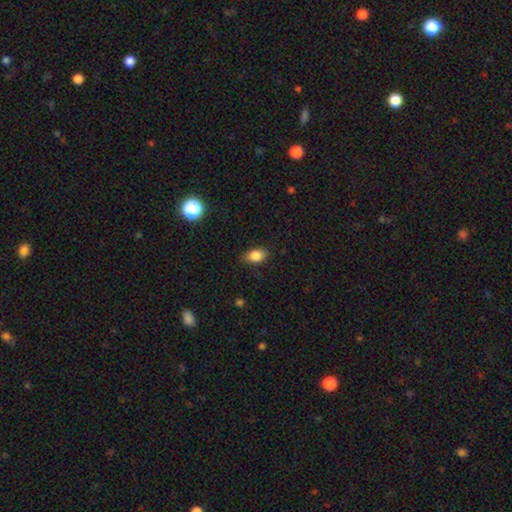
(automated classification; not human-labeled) smooth-or-featured: smooth: 84% | star or artifact: 10% | featured or disk: 6%
  how-rounded: in between: 79% | round: 19% | cigar-shaped: 2%
  merging: none: 79% | minor disturbance: 16% | major disturbance: 3% | merger: 1%